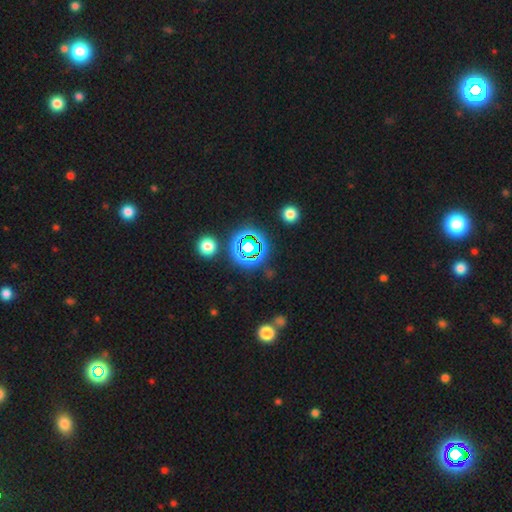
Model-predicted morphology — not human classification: This appears to be a star or artifact, not a galaxy (67%).